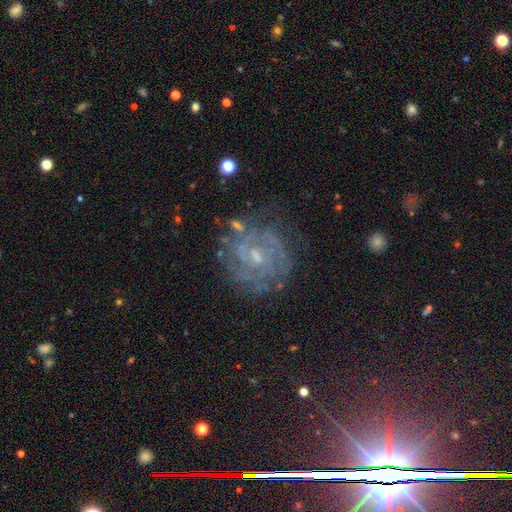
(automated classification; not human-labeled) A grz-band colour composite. It shows a featured or disk galaxy (71%) with no bar (51%), tight (67%) spiral arms (88%) and a small central bulge (64%). Merging: none (76%).